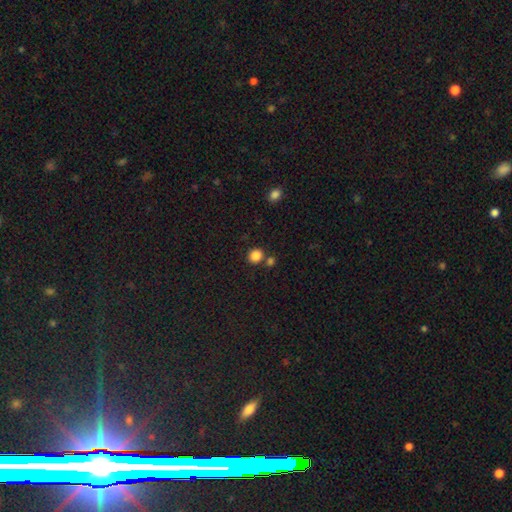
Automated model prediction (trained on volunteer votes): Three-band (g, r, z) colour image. It shows a smooth galaxy with no disk features (85%) that is round (83%). Merging: none (73%).